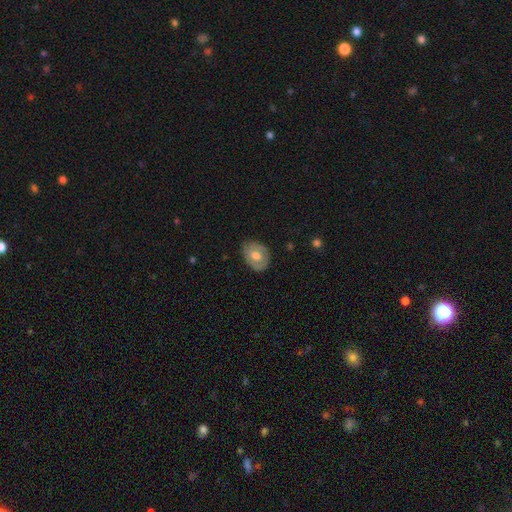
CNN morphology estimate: A smooth galaxy with no disk features (58%) that is in between round and cigar-shaped (71%).

Vote fractions:
- Smooth or featured? smooth: 58% / featured or disk: 36% / star or artifact: 7%
- How rounded? in between: 71% / round: 28% / cigar-shaped: 1%
- Merging? none: 75% / minor disturbance: 20% / major disturbance: 5% / merger: 1%